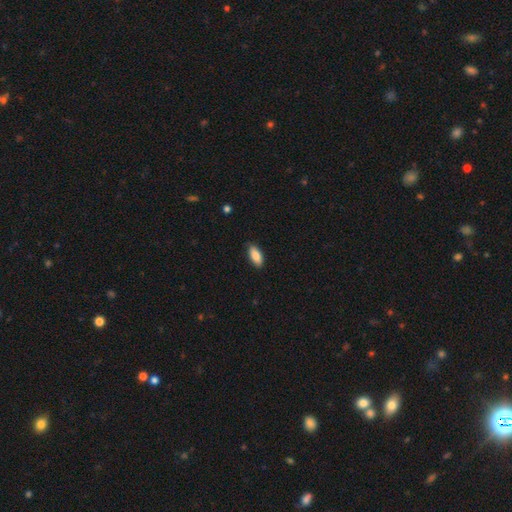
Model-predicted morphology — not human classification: The model was most divided on "merging": none: 86%, minor disturbance: 11%, major disturbance: 2%, merger: 1%. More confident: how rounded — in between (86%); smooth or featured — smooth (86%).